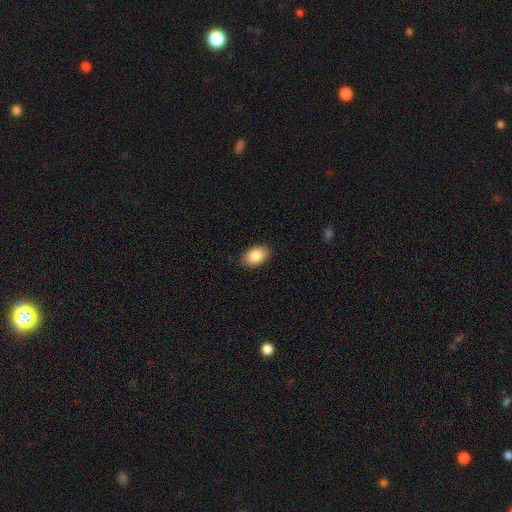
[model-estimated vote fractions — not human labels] A smooth galaxy with no disk features (86%) that is in between round and cigar-shaped (85%).

Vote fractions:
- Smooth or featured? smooth: 86% / star or artifact: 7% / featured or disk: 7%
- How rounded? in between: 85% / round: 14% / cigar-shaped: 1%
- Merging? none: 88% / minor disturbance: 9% / major disturbance: 2% / merger: 1%